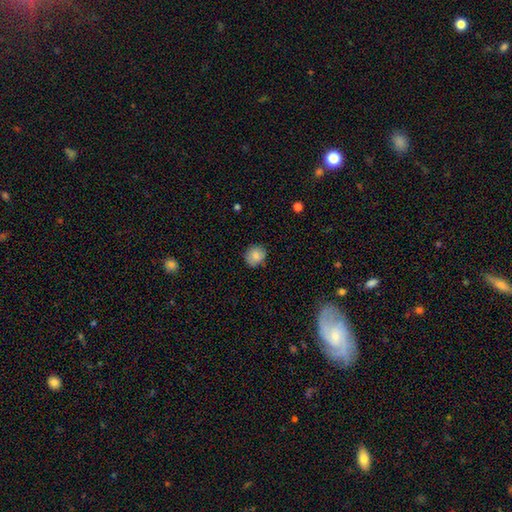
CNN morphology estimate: Smooth or featured?
  - smooth: 84% *
  - star or artifact: 8%
  - featured or disk: 7%
How rounded?
  - round: 80% *
  - in between: 19%
  - cigar-shaped: 1%
Merging?
  - none: 83% *
  - minor disturbance: 14%
  - major disturbance: 2%
  - merger: 1%